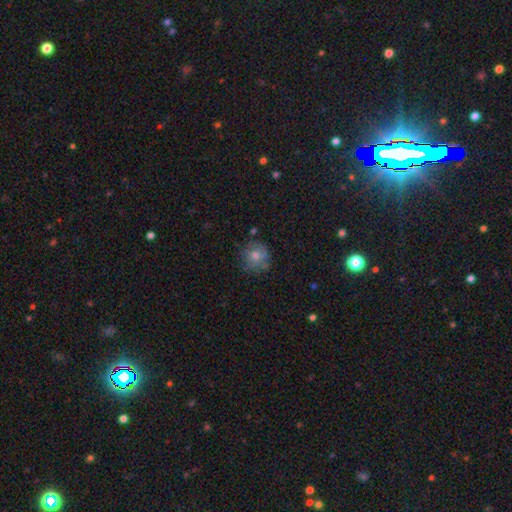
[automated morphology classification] Smooth or featured? smooth (60%)
How rounded? round (88%)
Merging? none (74%)